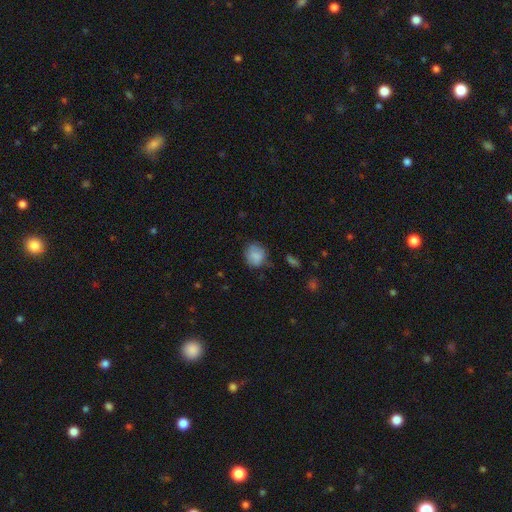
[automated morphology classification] This appears to be a smooth galaxy with no disk features (83%) that is round (77%). Merging: none (71%).